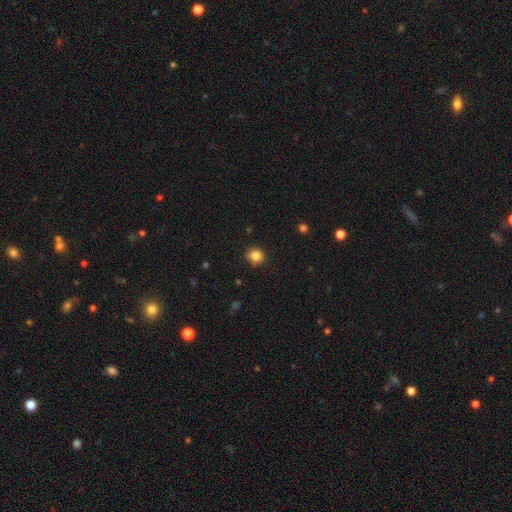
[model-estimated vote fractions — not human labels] A smooth galaxy with no disk features (83%) that is round (86%). Merging: none (78%).